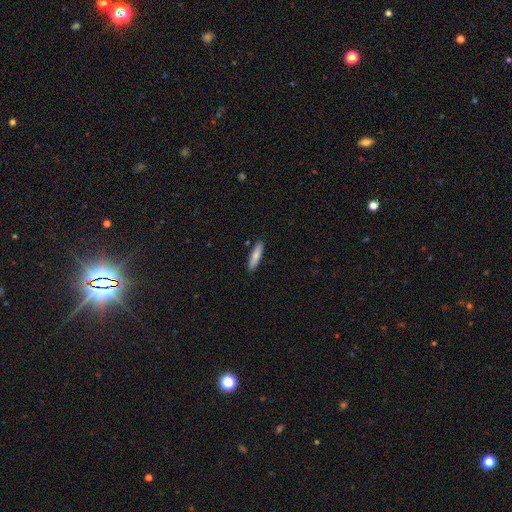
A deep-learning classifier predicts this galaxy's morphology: smooth_or_featured: smooth (p=0.81) [alt: featured or disk p=0.13]
how_rounded: cigar-shaped (p=0.82) [alt: in between p=0.17]
merging: none (p=0.89) [alt: minor disturbance p=0.08]